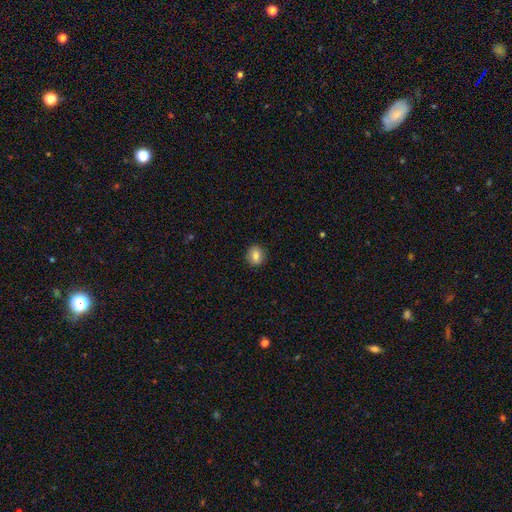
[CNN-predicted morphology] A smooth galaxy with no disk features (80%) that is round (78%). Merging: none (90%).